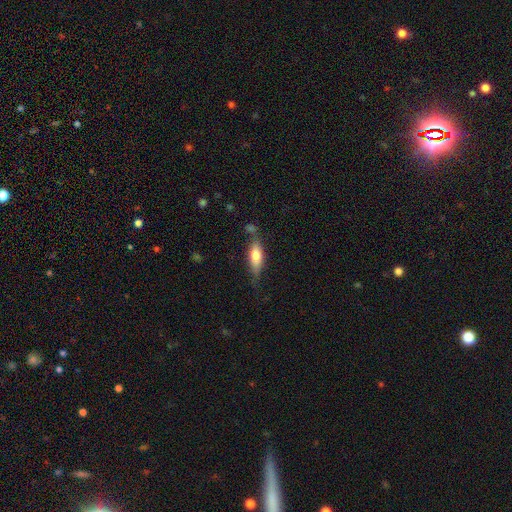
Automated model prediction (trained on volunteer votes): Smooth or featured: smooth — 67% (featured or disk — 26%)
How rounded: in between — 59% (cigar-shaped — 38%)
Merging: none — 63% (minor disturbance — 23%)